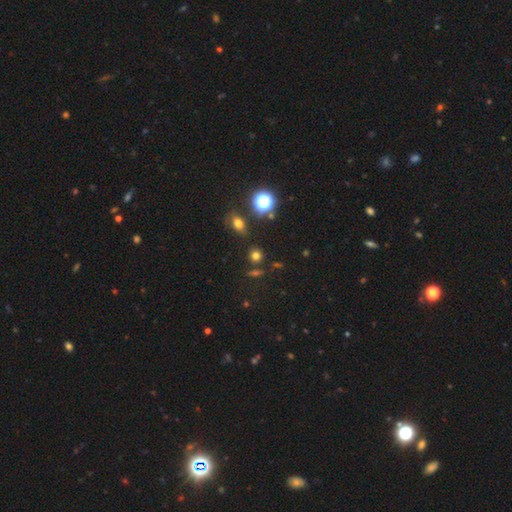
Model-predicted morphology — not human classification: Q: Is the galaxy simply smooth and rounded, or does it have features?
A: smooth — 67%.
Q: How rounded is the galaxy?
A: round — 84%.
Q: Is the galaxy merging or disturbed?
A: none — 82%.